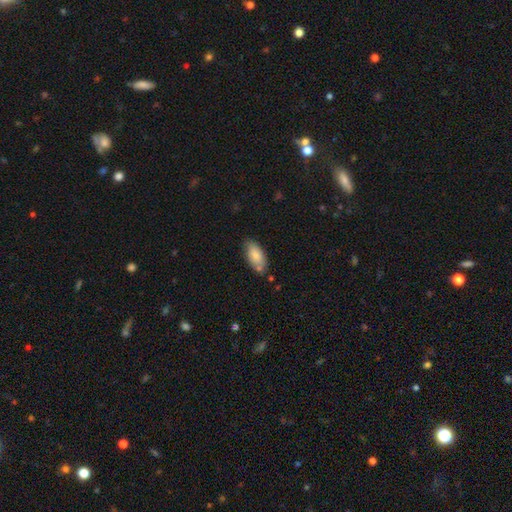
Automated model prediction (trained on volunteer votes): This appears to be a smooth galaxy with no disk features (83%) that is in between round and cigar-shaped (91%). Merging: none (69%).